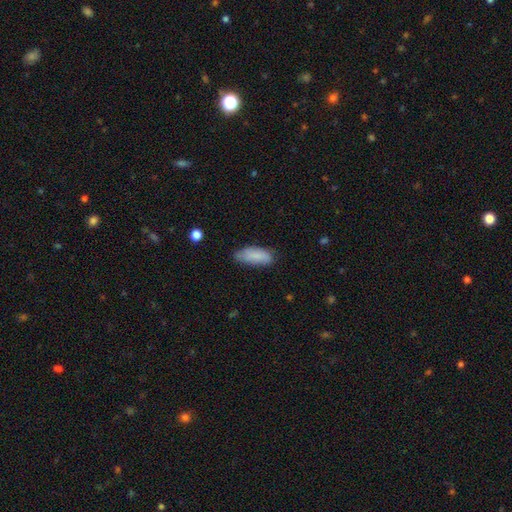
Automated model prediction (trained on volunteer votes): Smooth or featured: smooth — 83% (featured or disk — 10%)
How rounded: in between — 77% (cigar-shaped — 22%)
Merging: none — 64% (minor disturbance — 28%)